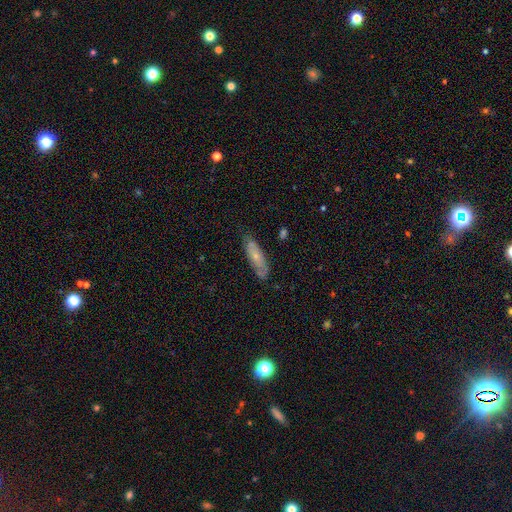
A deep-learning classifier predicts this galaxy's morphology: This is possibly a smooth galaxy (50%). Merging: likely none (71%).